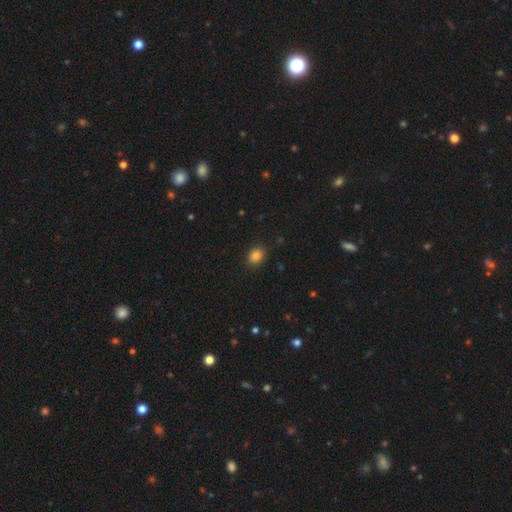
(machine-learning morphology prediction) A smooth galaxy with no disk features (85%) that is in between round and cigar-shaped (50%).

Vote fractions:
- Smooth or featured? smooth: 85% / star or artifact: 11% / featured or disk: 4%
- How rounded? in between: 50% / round: 49% / cigar-shaped: 1%
- Merging? none: 87% / minor disturbance: 9% / major disturbance: 3% / merger: 1%